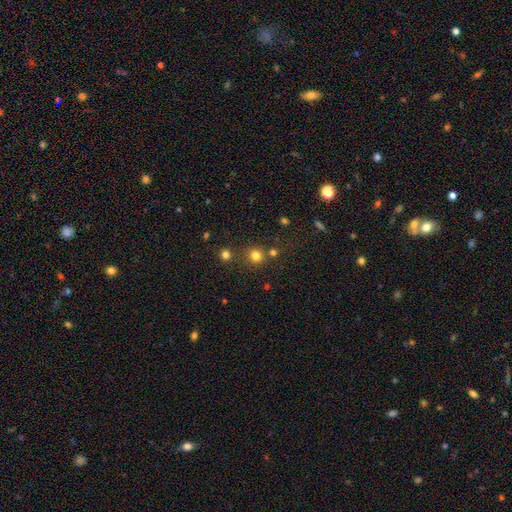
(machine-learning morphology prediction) type=smooth (76%); roundness=round (92%); merging=none (77%).